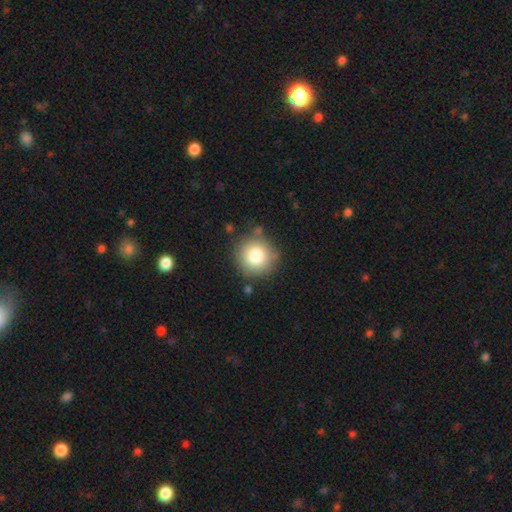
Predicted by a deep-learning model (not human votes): Smooth or featured?
  - smooth: 81% *
  - star or artifact: 10%
  - featured or disk: 9%
How rounded?
  - round: 95% *
  - in between: 4%
  - cigar-shaped: 1%
Merging?
  - none: 83% *
  - minor disturbance: 10%
  - merger: 3%
  - major disturbance: 3%